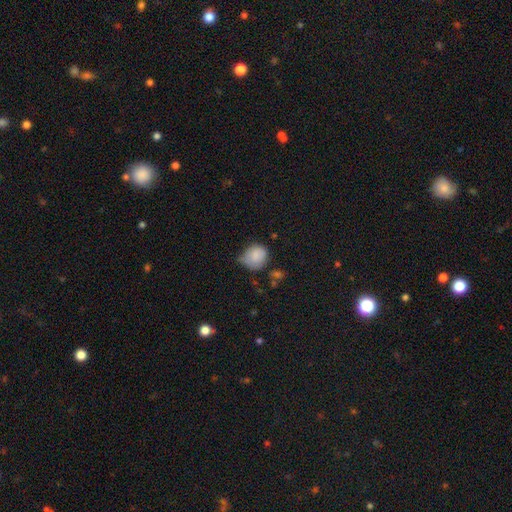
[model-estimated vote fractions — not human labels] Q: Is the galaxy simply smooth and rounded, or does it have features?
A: smooth — 82%.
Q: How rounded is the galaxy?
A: round — 69%.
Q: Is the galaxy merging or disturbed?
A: minor disturbance — 44%.